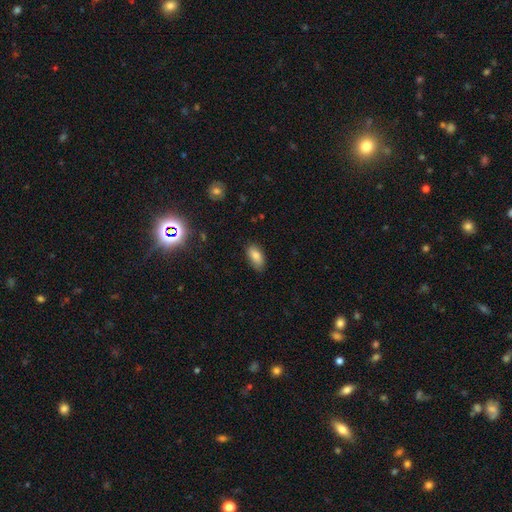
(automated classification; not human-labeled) A smooth galaxy with no disk features (84%) that is in between round and cigar-shaped (91%). Merging: none (79%).